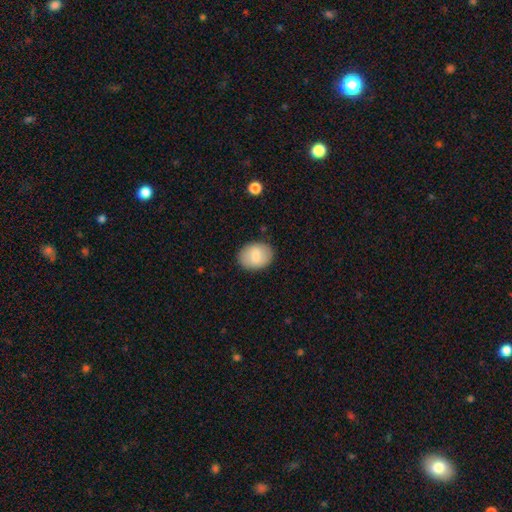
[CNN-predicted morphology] The model was most divided on "how rounded": in between: 70%, round: 29%, cigar-shaped: 1%. More confident: merging — none (85%); smooth or featured — smooth (78%).